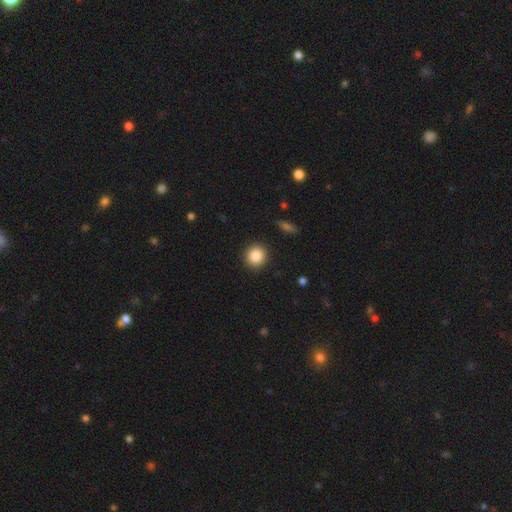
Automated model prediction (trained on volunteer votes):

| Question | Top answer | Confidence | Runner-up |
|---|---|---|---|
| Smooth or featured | smooth | 86% | star or artifact (9%) |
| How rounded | round | 91% | in between (8%) |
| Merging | none | 91% | minor disturbance (6%) |